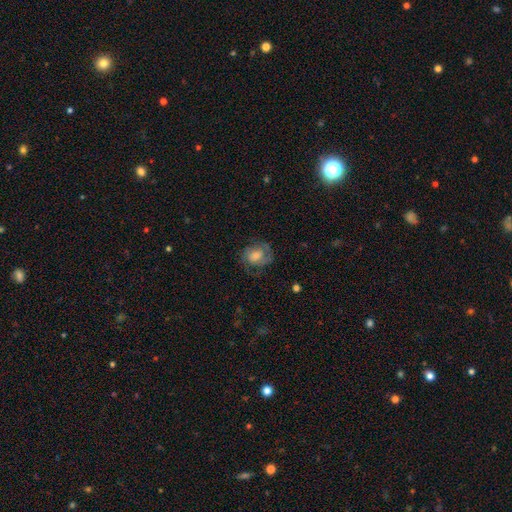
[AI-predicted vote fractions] This is possibly a featured or disk galaxy (57%). It is clearly not viewed edge-on (97%). Bar: possibly no (60%). Spiral arm pattern: clearly yes (81%). Central bulge: possibly moderate (46%). Merging: likely none (65%).